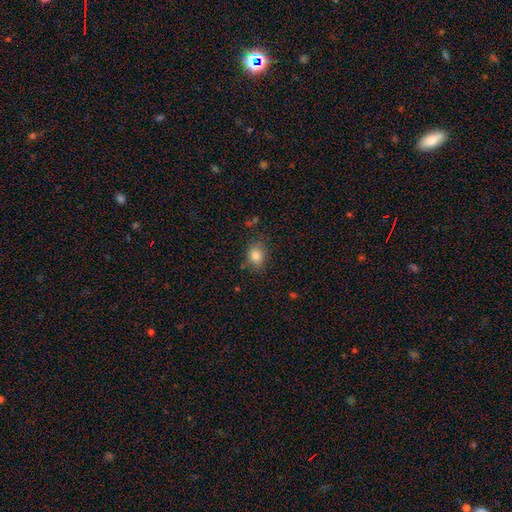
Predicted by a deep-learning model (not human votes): A smooth galaxy with no disk features (83%) that is in between round and cigar-shaped (50%).

Vote fractions:
- Smooth or featured? smooth: 83% / star or artifact: 10% / featured or disk: 7%
- How rounded? in between: 50% / round: 49% / cigar-shaped: 1%
- Merging? none: 75% / minor disturbance: 18% / major disturbance: 5% / merger: 3%